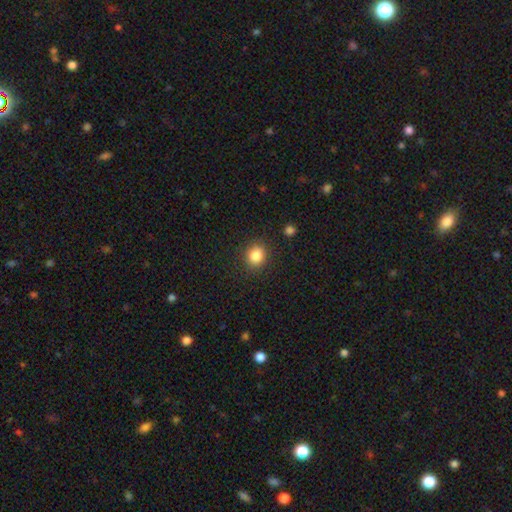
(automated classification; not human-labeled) smooth 85%, star or artifact 11%, featured or disk 5%. Down the decision tree: how rounded — round (78%); merging — none (88%).